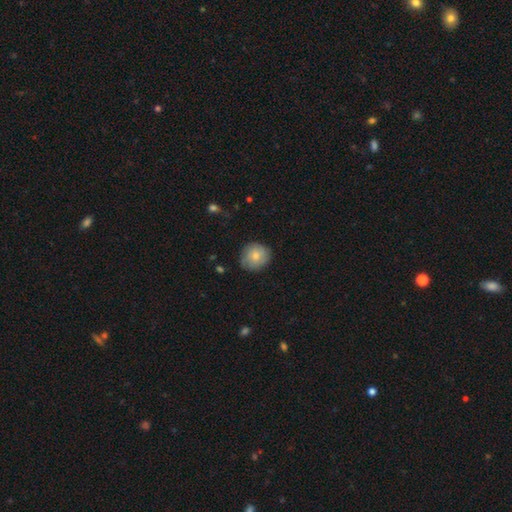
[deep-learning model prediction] Smooth or featured? smooth (74%)
How rounded? round (84%)
Merging? none (77%)